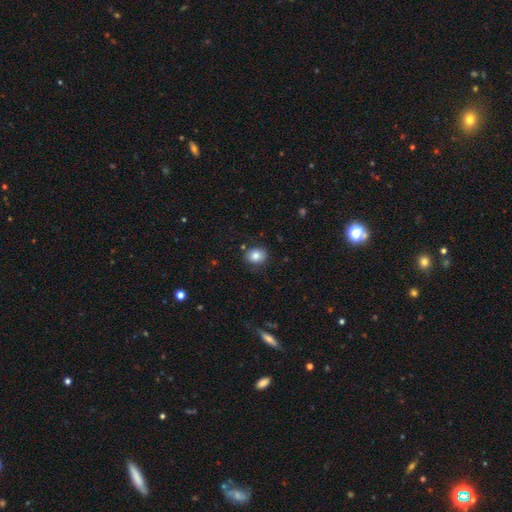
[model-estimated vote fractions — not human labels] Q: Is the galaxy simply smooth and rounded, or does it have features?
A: smooth — 83%.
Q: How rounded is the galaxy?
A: round — 61%.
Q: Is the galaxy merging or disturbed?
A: none — 84%.